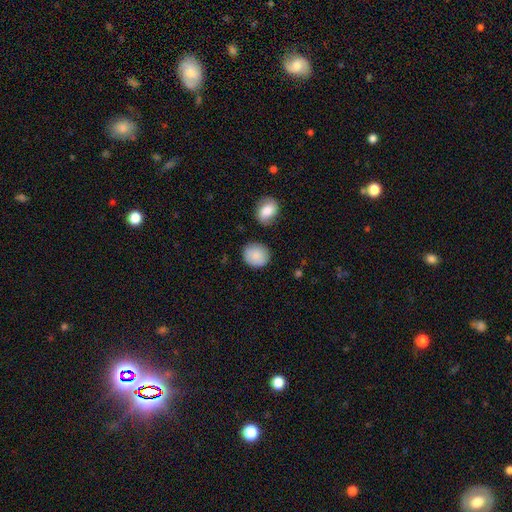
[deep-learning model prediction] Morphology: type=smooth (86%); roundness=round (78%); merging=none (81%).